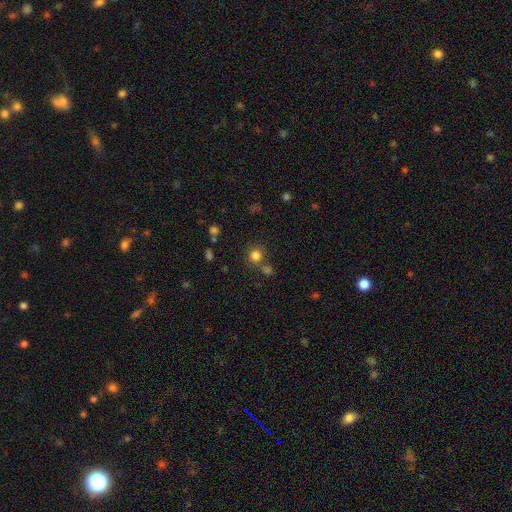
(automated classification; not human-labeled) A smooth galaxy with no disk features (80%) that is round (89%). Merging: none (72%).